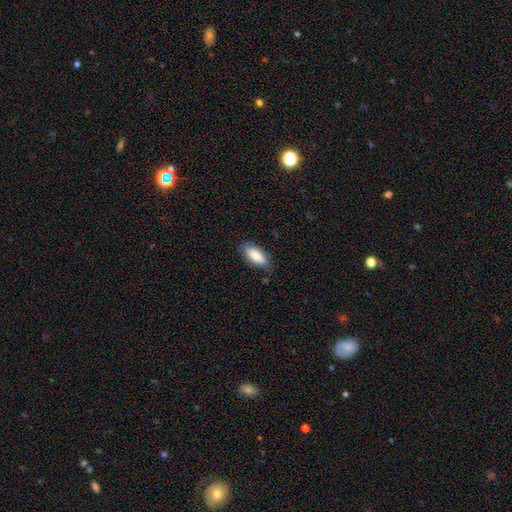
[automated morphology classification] Smooth or featured?
  - smooth: 87% *
  - featured or disk: 7%
  - star or artifact: 6%
How rounded?
  - in between: 83% *
  - cigar-shaped: 15%
  - round: 2%
Merging?
  - none: 79% *
  - minor disturbance: 17%
  - major disturbance: 3%
  - merger: 1%